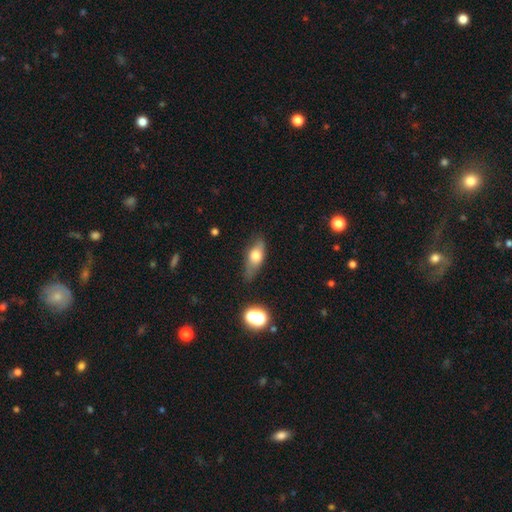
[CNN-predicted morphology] smooth-or-featured: smooth: 59% | featured or disk: 32% | star or artifact: 9%
  how-rounded: in between: 69% | cigar-shaped: 22% | round: 8%
  merging: none: 68% | minor disturbance: 23% | major disturbance: 6% | merger: 3%